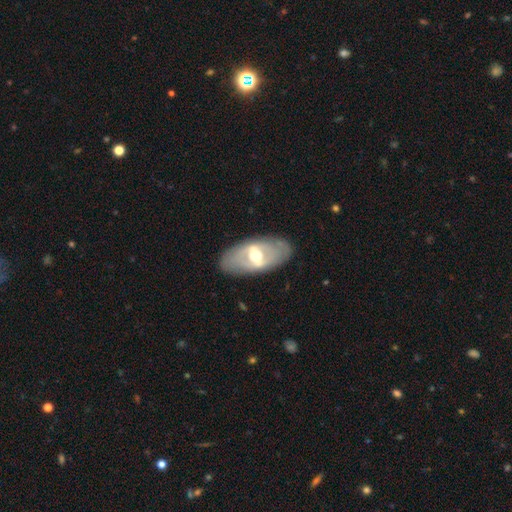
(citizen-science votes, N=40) Smooth or featured: featured or disk — 60% (smooth — 30%)
Edge-on disk: no — 79% (yes — 21%)
Bar: strong — 42% (weak — 37%)
Spiral arms: no — 89% (yes — 11%)
Bulge size: moderate — 79% (small — 16%)
Merging: none — 94% (major disturbance — 3%)